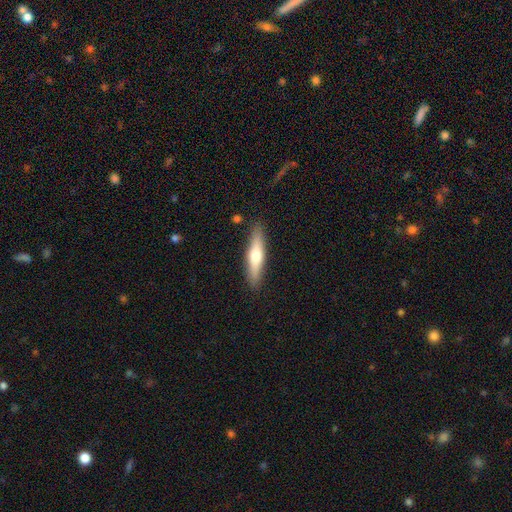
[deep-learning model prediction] This is possibly a smooth galaxy (56%). How rounded: clearly cigar-shaped (82%). Merging: clearly none (87%).